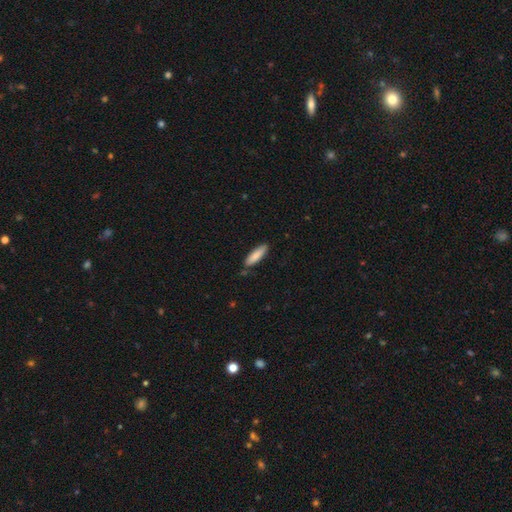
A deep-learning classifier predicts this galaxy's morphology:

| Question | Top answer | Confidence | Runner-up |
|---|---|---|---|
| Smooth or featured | smooth | 85% | featured or disk (9%) |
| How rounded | cigar-shaped | 63% | in between (35%) |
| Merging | none | 81% | minor disturbance (14%) |